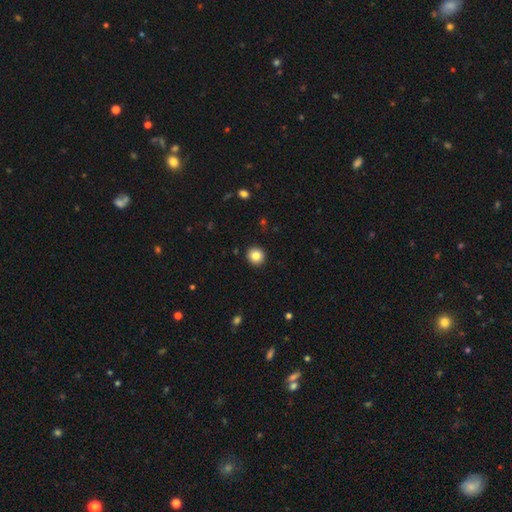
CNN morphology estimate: This is clearly a smooth galaxy (83%). How rounded: clearly round (92%). Merging: clearly none (93%).